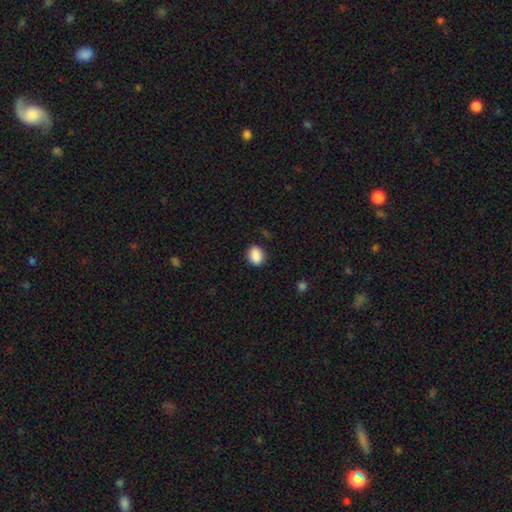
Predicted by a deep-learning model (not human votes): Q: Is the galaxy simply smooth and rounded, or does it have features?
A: smooth — 89%.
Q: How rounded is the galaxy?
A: in between — 54%.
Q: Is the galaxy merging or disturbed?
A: none — 87%.